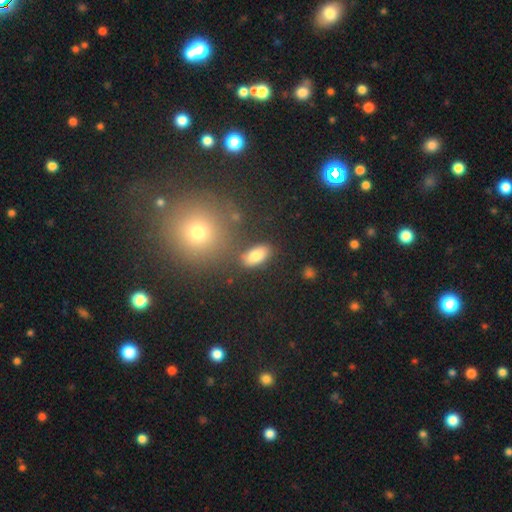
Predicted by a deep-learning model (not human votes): A smooth galaxy with no disk features (81%) that is in between round and cigar-shaped (90%). Merging: none (78%).